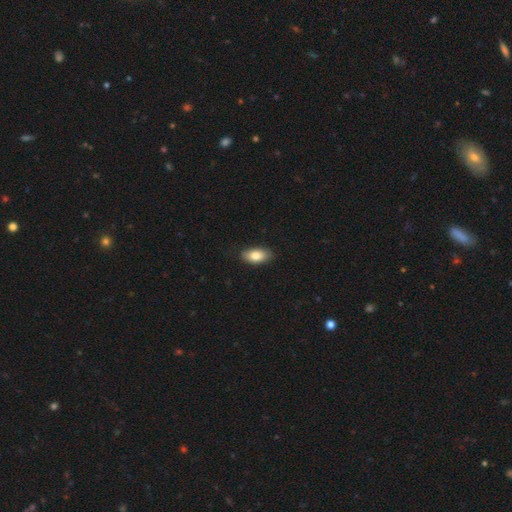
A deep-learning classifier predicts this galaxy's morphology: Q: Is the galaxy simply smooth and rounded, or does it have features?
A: smooth — 82%.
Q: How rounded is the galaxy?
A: in between — 92%.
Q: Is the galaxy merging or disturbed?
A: none — 87%.